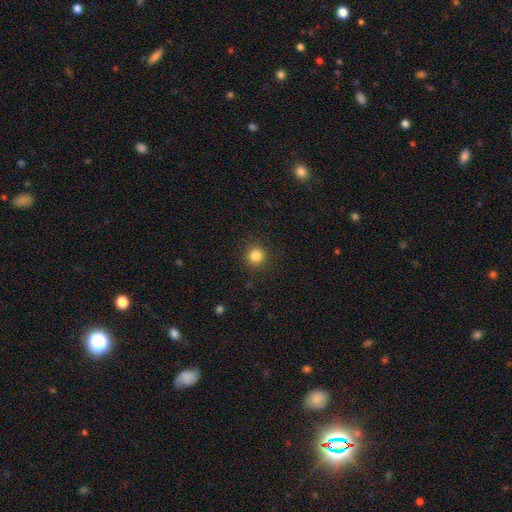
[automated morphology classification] A smooth galaxy with no disk features (84%) that is round (93%).

Vote fractions:
- Smooth or featured? smooth: 84% / star or artifact: 12% / featured or disk: 4%
- How rounded? round: 93% / in between: 6% / cigar-shaped: 1%
- Merging? none: 90% / minor disturbance: 6% / major disturbance: 2% / merger: 1%